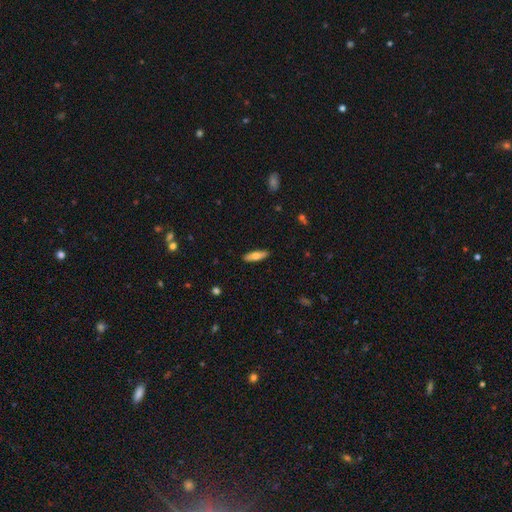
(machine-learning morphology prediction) smooth_or_featured: smooth (p=0.65) [alt: featured or disk p=0.29]
how_rounded: cigar-shaped (p=0.51) [alt: in between p=0.46]
merging: none (p=0.89) [alt: minor disturbance p=0.08]